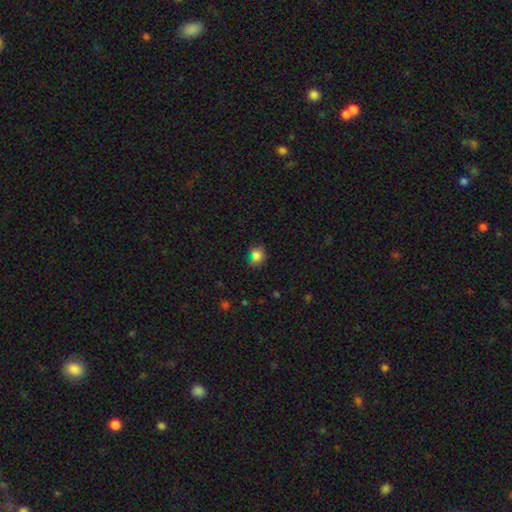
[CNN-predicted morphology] smooth_or_featured: smooth (p=0.78) [alt: star or artifact p=0.15]
how_rounded: round (p=0.66) [alt: in between p=0.33]
merging: none (p=0.69) [alt: minor disturbance p=0.20]